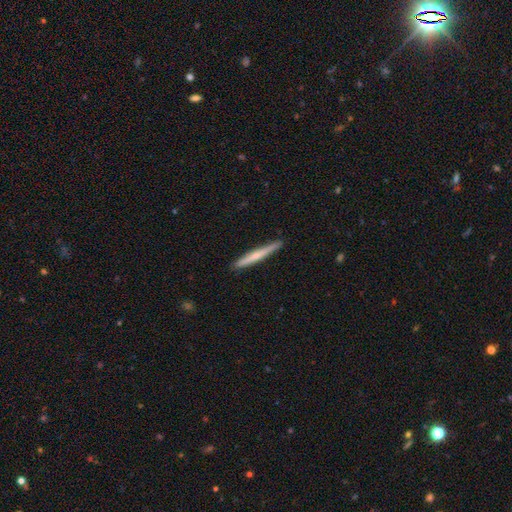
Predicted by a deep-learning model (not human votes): Overall: smooth (53%; featured or disk 42%). How rounded: cigar-shaped (97%). Merging: none (91%).